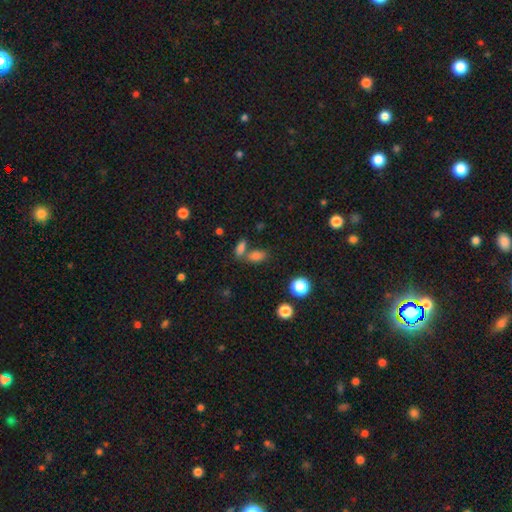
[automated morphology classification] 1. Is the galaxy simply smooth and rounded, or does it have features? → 78% smooth, 14% star or artifact, 8% featured or disk.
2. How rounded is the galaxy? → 82% in between, 12% round, 6% cigar-shaped.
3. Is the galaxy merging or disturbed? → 51% none, 34% merger, 10% minor disturbance, 4% major disturbance.